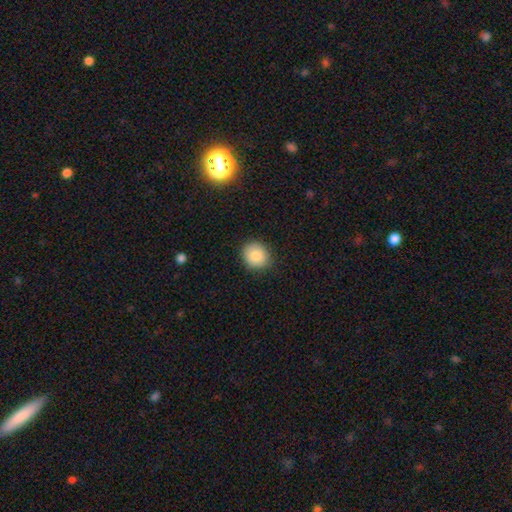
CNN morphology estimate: Overall: smooth (85%). How rounded: round (80%). Merging: none (87%).